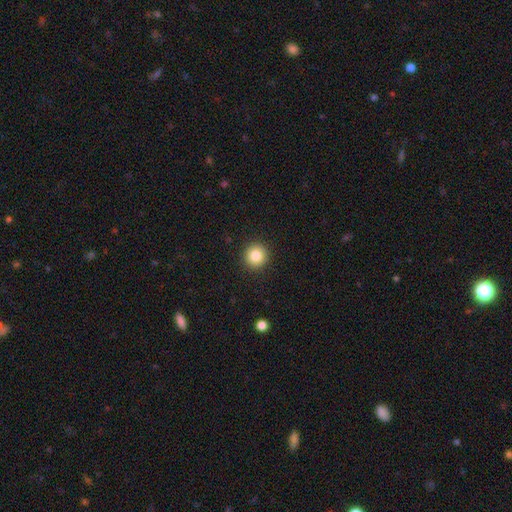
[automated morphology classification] Smooth or featured?
  - smooth: 84% *
  - star or artifact: 10%
  - featured or disk: 6%
How rounded?
  - round: 94% *
  - in between: 5%
  - cigar-shaped: 1%
Merging?
  - none: 92% *
  - minor disturbance: 5%
  - major disturbance: 2%
  - merger: 1%